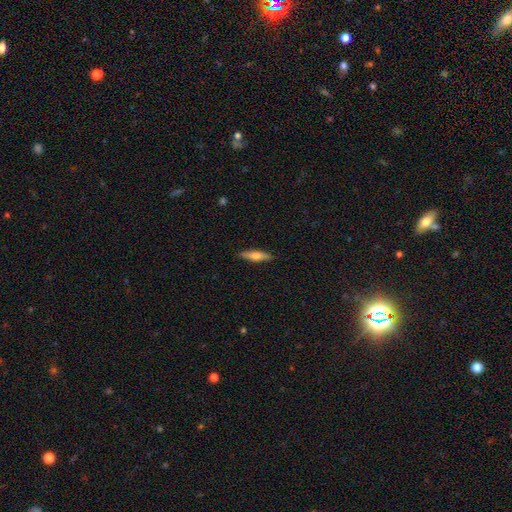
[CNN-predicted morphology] smooth_or_featured: smooth (p=0.58) [alt: featured or disk p=0.36]
how_rounded: cigar-shaped (p=0.77) [alt: in between p=0.21]
merging: none (p=0.89) [alt: minor disturbance p=0.09]